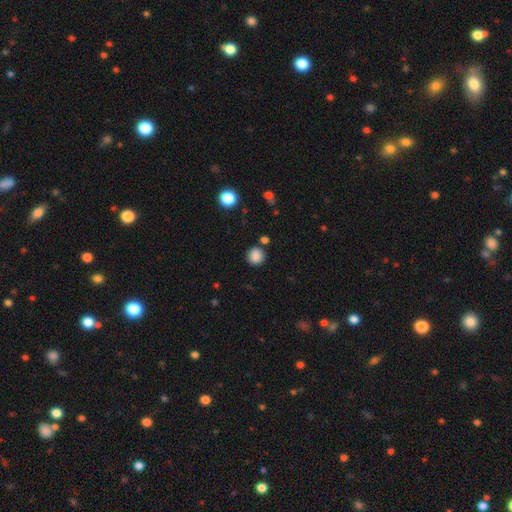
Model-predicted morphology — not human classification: This is clearly a smooth galaxy (87%). How rounded: clearly round (93%). Merging: clearly none (86%).